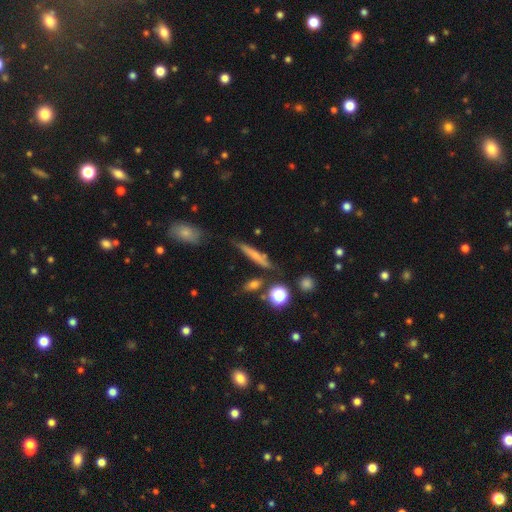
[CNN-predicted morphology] A smooth galaxy with no disk features (60%) that is cigar-shaped (85%). Merging: none (71%).